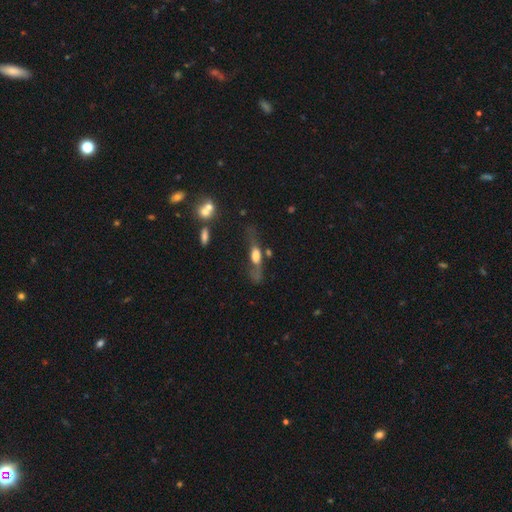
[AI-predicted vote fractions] A featured or disk galaxy (46%).

Vote fractions:
- Smooth or featured? featured or disk: 46% / smooth: 44% / star or artifact: 10%
- Merging? none: 45% / major disturbance: 25% / minor disturbance: 21% / merger: 9%